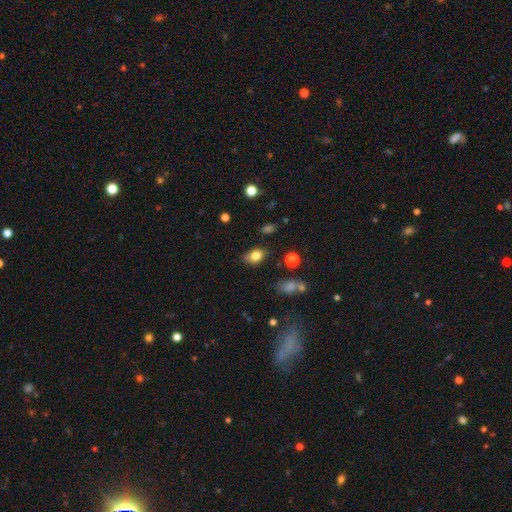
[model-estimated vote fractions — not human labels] Smooth or featured? Predicted: smooth (p=0.80). How rounded? Predicted: in between (p=0.80). Merging? Predicted: none (p=0.76).